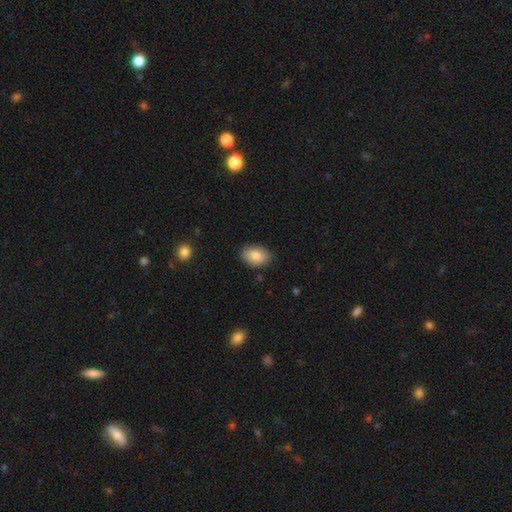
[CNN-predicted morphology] type=smooth (84%); roundness=in between (86%); merging=none (85%).